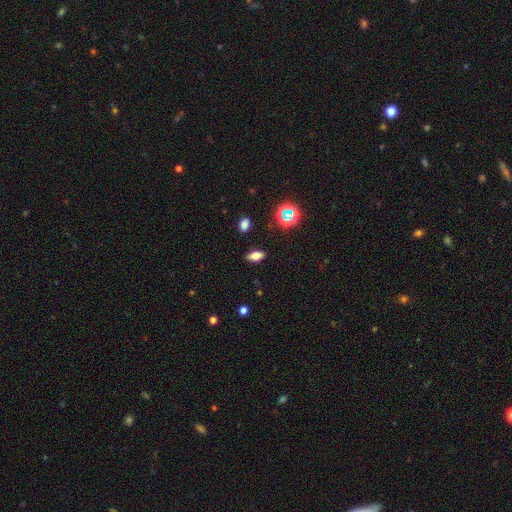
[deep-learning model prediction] A smooth galaxy with no disk features (68%) that is in between round and cigar-shaped (79%).

Vote fractions:
- Smooth or featured? smooth: 68% / featured or disk: 17% / star or artifact: 15%
- How rounded? in between: 79% / cigar-shaped: 13% / round: 7%
- Merging? none: 87% / minor disturbance: 9% / major disturbance: 2% / merger: 2%